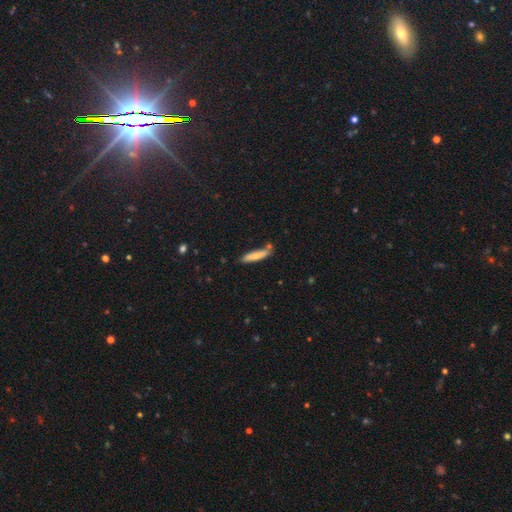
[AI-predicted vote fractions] Overall: smooth (74%). How rounded: cigar-shaped (85%). Merging: none (74%).